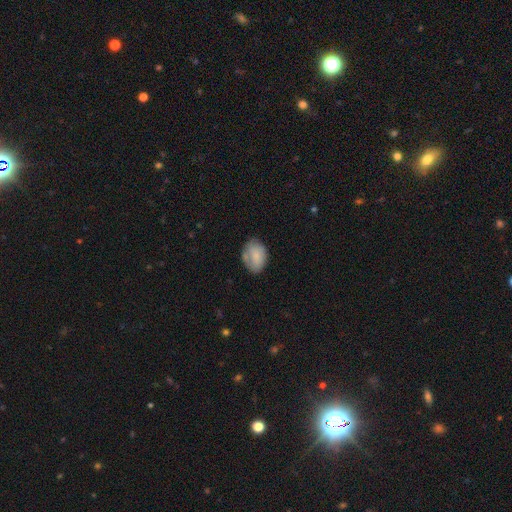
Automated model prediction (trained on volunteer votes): Overall: smooth (72%). How rounded: in between (74%). Merging: none (58%; minor disturbance 28%).